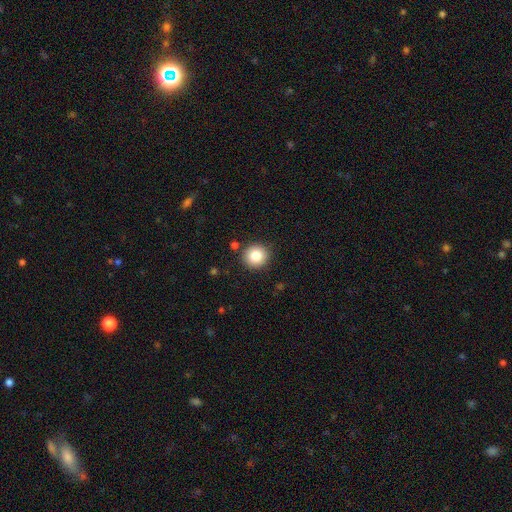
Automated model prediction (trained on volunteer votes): smooth-or-featured: smooth: 83% | star or artifact: 10% | featured or disk: 7%
  how-rounded: round: 92% | in between: 7% | cigar-shaped: 1%
  merging: none: 88% | minor disturbance: 7% | merger: 3% | major disturbance: 2%